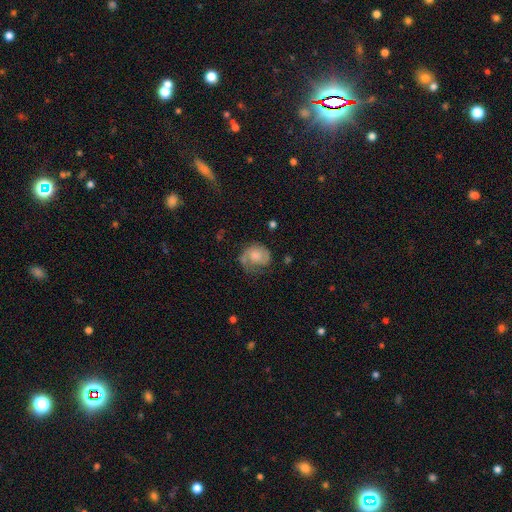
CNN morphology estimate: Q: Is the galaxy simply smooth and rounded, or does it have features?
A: featured or disk — 57%.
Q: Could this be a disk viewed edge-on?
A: no — 98%.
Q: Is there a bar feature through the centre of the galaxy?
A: no — 74%.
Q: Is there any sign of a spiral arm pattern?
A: yes — 86%.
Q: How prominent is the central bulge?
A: moderate — 32%.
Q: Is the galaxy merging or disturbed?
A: none — 49%.